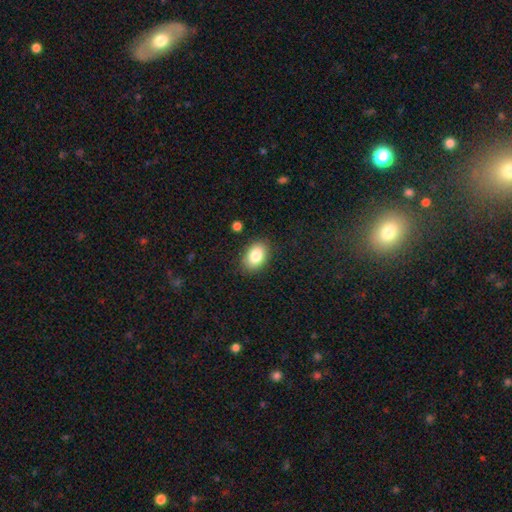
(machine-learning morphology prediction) A smooth galaxy with no disk features (84%) that is in between round and cigar-shaped (83%). Merging: none (85%).